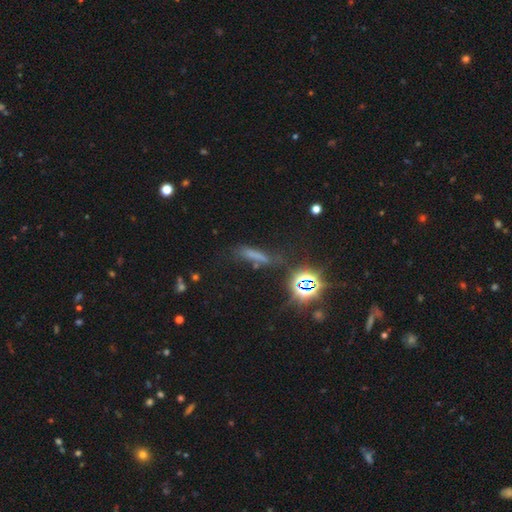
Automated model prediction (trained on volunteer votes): This is possibly a smooth galaxy (51%). How rounded: likely cigar-shaped (78%). Merging: possibly none (59%).